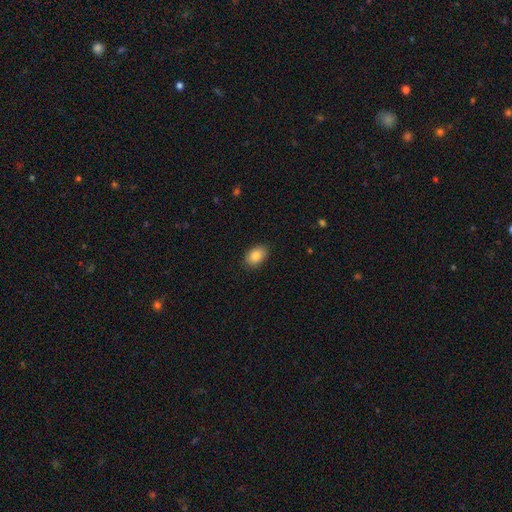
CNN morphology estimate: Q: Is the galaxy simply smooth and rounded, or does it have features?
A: smooth — 85%.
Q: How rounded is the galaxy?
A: in between — 85%.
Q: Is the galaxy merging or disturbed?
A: none — 88%.